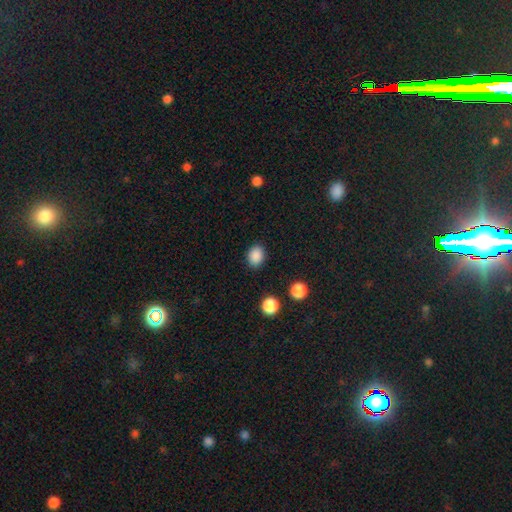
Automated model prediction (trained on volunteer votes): Smooth or featured?
  - smooth: 87% *
  - star or artifact: 10%
  - featured or disk: 3%
How rounded?
  - in between: 58% *
  - round: 41%
  - cigar-shaped: 1%
Merging?
  - none: 87% *
  - minor disturbance: 9%
  - major disturbance: 3%
  - merger: 2%